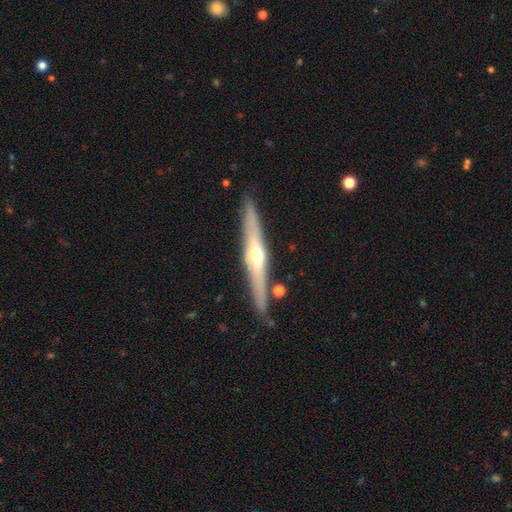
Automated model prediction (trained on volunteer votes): Q: Smooth or featured?
A: featured or disk (66%); runner-up: smooth (29%)
Q: Edge-on disk?
A: yes (95%); runner-up: no (5%)
Q: Edge-on bulge?
A: rounded (90%); runner-up: none (6%)
Q: Merging?
A: none (87%); runner-up: minor disturbance (9%)